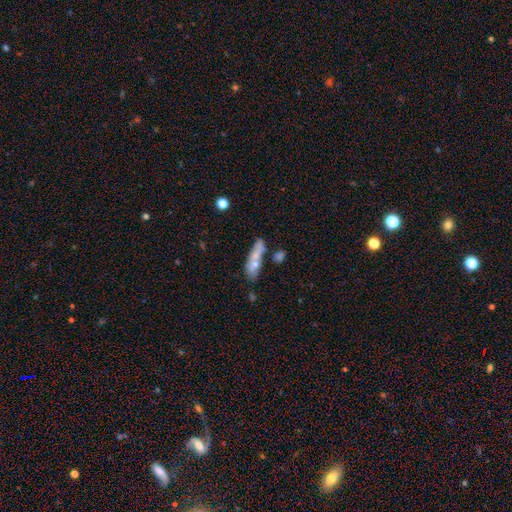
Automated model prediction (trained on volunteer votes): Smooth or featured? Predicted: smooth (p=0.57). How rounded? Predicted: cigar-shaped (p=0.58). Merging? Predicted: none (p=0.45).